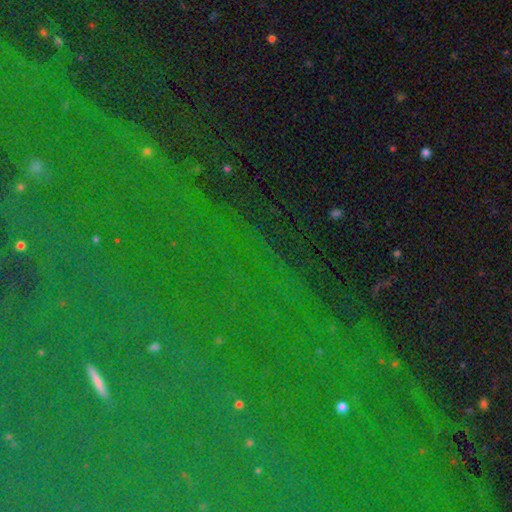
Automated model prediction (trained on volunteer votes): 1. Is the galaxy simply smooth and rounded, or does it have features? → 84% star or artifact, 8% smooth, 8% featured or disk.